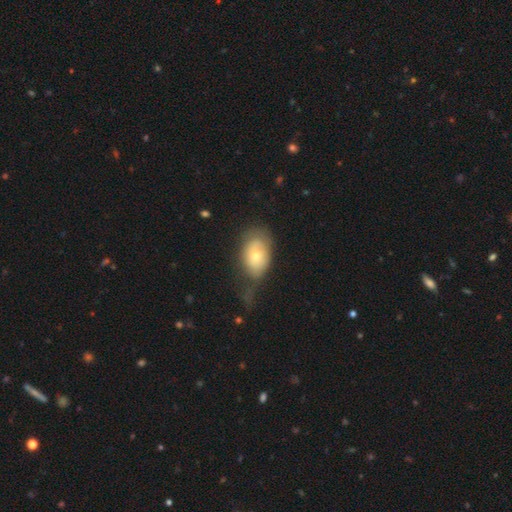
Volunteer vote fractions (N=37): Volunteers were most divided on "merging": minor disturbance: 39%, major disturbance: 33%, none: 28%, merger: 0%. More confident: how rounded — in between (86%); smooth or featured — smooth (76%).